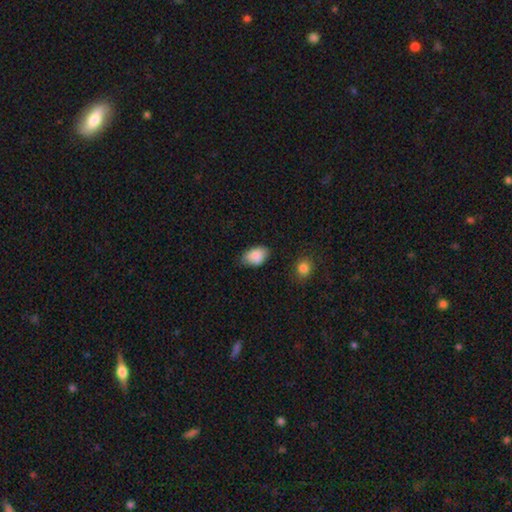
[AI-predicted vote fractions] A smooth galaxy with no disk features (87%) that is in between round and cigar-shaped (89%). Merging: none (74%).